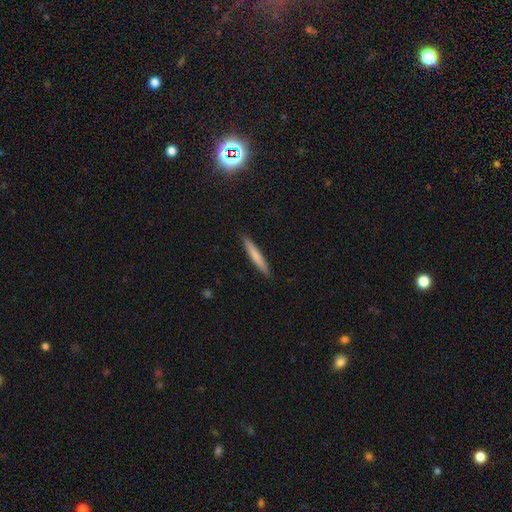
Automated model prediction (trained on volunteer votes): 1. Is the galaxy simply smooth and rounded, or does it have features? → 69% smooth, 25% featured or disk, 6% star or artifact.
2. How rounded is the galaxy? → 95% cigar-shaped, 4% in between, 1% round.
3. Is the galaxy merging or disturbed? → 91% none, 7% minor disturbance, 1% major disturbance, 1% merger.